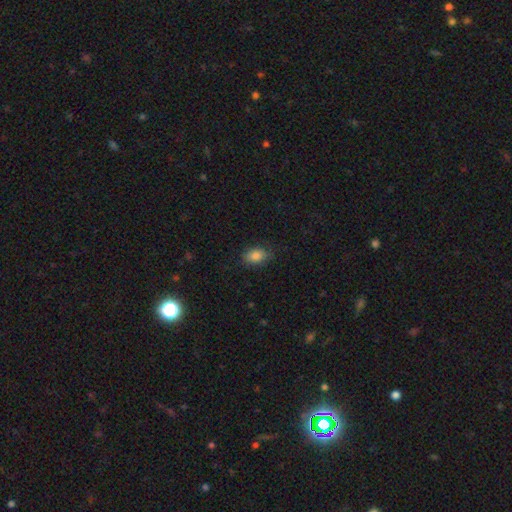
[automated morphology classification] smooth_or_featured: smooth (p=0.84) [alt: star or artifact p=0.09]
how_rounded: in between (p=0.83) [alt: round p=0.15]
merging: none (p=0.79) [alt: minor disturbance p=0.16]